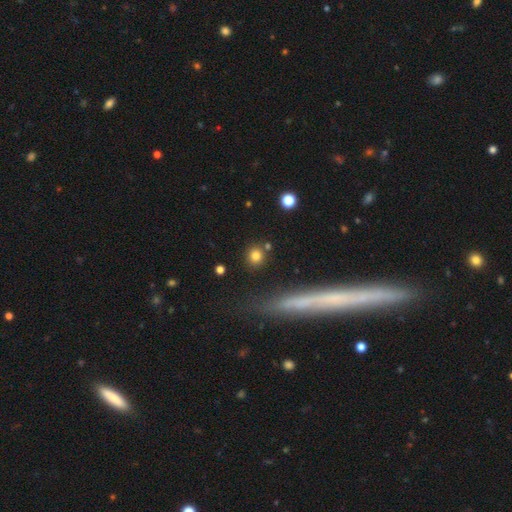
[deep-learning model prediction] This is clearly a smooth galaxy (81%). How rounded: clearly round (86%). Merging: clearly none (82%).